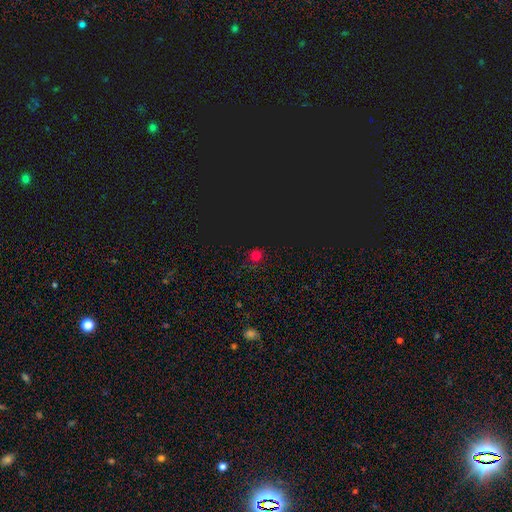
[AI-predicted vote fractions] smooth_or_featured: smooth (p=0.56) [alt: star or artifact p=0.39]
how_rounded: round (p=0.88) [alt: in between p=0.11]
merging: none (p=0.80) [alt: minor disturbance p=0.13]